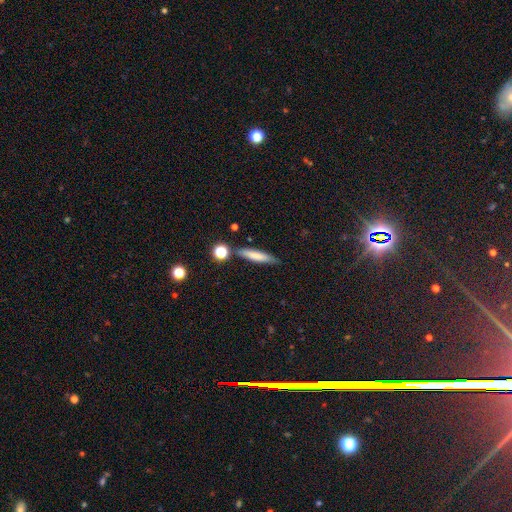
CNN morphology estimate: Smooth or featured? smooth (73%)
How rounded? cigar-shaped (84%)
Merging? none (78%)